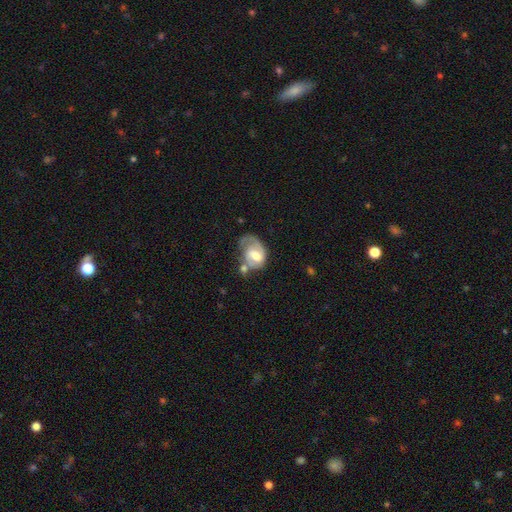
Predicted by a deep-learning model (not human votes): Morphology: type=featured or disk (65%); edge-on=no (97%); bar=weak (48%); spiral arms=yes (82%); winding=medium (43%); arm count=1 (42%, tied with 2); bulge=moderate (53%); merging=none (31%).